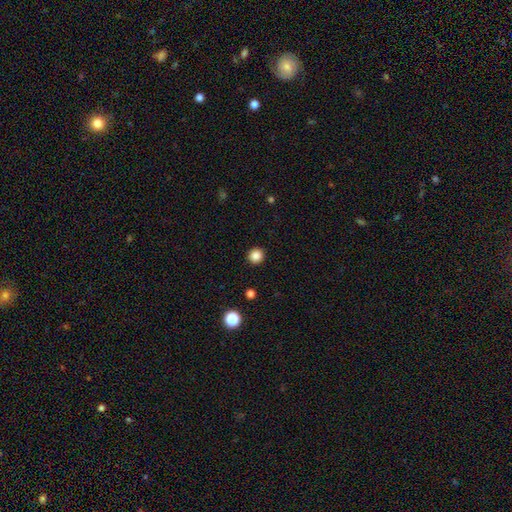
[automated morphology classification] type=smooth (86%); roundness=round (93%); merging=none (93%).